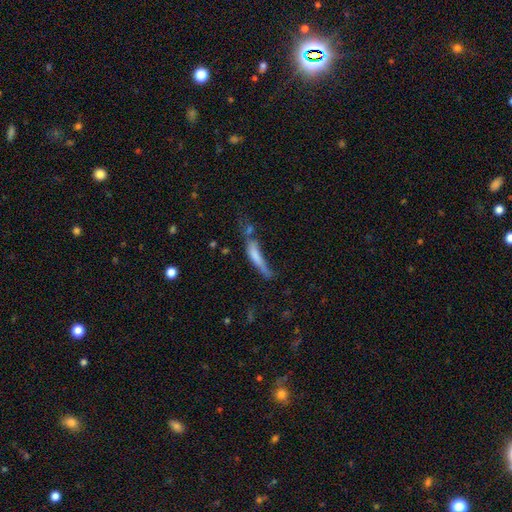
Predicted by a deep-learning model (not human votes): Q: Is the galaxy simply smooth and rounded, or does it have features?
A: smooth — 63%.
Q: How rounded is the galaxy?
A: cigar-shaped — 81%.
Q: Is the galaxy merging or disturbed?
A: major disturbance — 28%, tied with none.